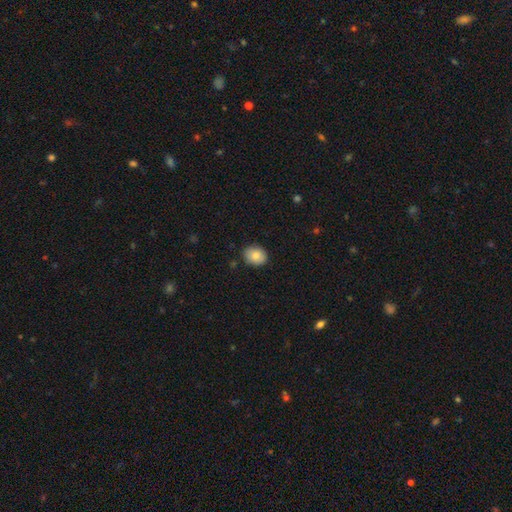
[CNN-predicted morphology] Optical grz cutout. It shows a smooth galaxy with no disk features (82%) that is in between round and cigar-shaped (58%). Merging: none (85%).